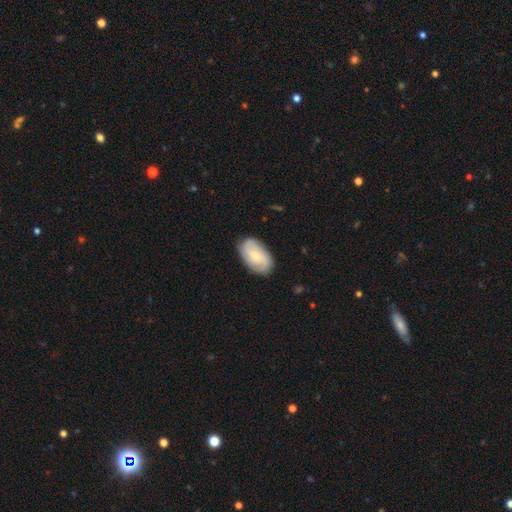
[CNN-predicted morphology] smooth-or-featured: featured or disk: 56% | smooth: 38% | star or artifact: 6%
  disk-edge-on: no: 96% | yes: 4%
    bar: no: 62% | weak: 33% | strong: 6%
    has-spiral-arms: yes: 89% | no: 11%
    bulge-size: small: 55% | moderate: 39% | none: 3% | large: 2% | dominant: 1%
  merging: none: 82% | minor disturbance: 14% | major disturbance: 3% | merger: 1%